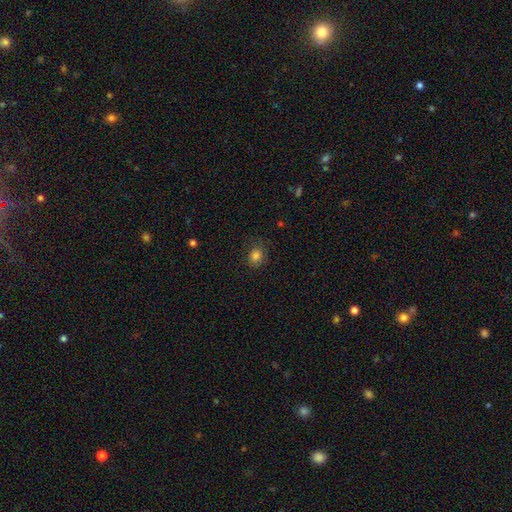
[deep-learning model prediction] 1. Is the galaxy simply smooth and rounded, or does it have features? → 82% smooth, 12% star or artifact, 6% featured or disk.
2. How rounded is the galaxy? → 58% round, 41% in between, 1% cigar-shaped.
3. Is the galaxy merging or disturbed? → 74% none, 18% minor disturbance, 7% major disturbance, 1% merger.